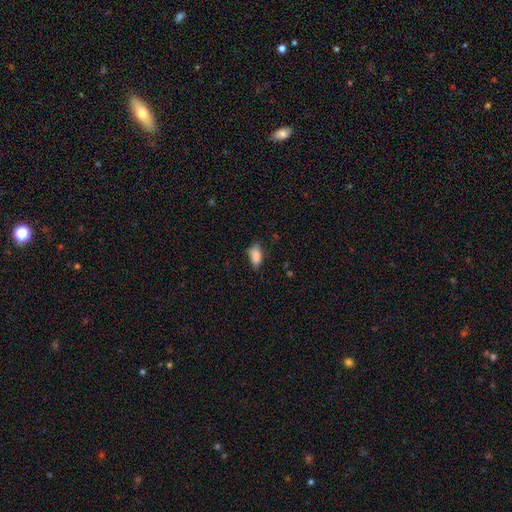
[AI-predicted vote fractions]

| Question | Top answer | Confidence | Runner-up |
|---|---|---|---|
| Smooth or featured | smooth | 87% | star or artifact (7%) |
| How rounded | in between | 89% | cigar-shaped (7%) |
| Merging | none | 66% | minor disturbance (27%) |